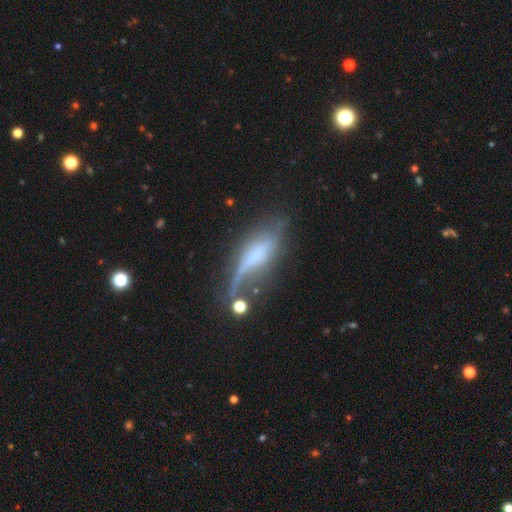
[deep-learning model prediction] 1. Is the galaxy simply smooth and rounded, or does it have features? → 55% featured or disk, 34% smooth, 11% star or artifact.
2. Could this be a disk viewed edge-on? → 51% no, 49% yes.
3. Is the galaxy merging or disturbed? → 37% none, 27% major disturbance, 25% minor disturbance, 12% merger.